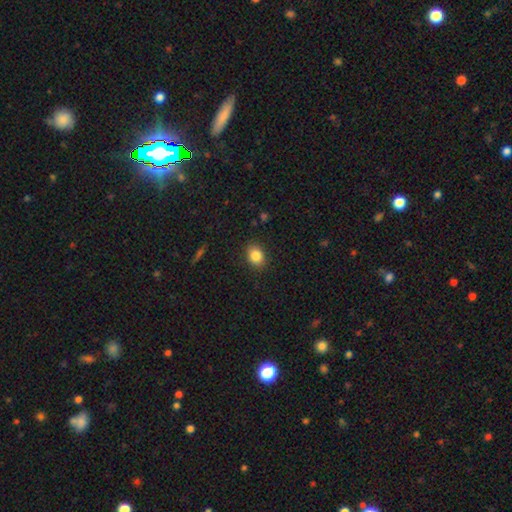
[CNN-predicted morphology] Smooth or featured? Predicted: smooth (p=0.85). How rounded? Predicted: in between (p=0.53). Merging? Predicted: none (p=0.86).